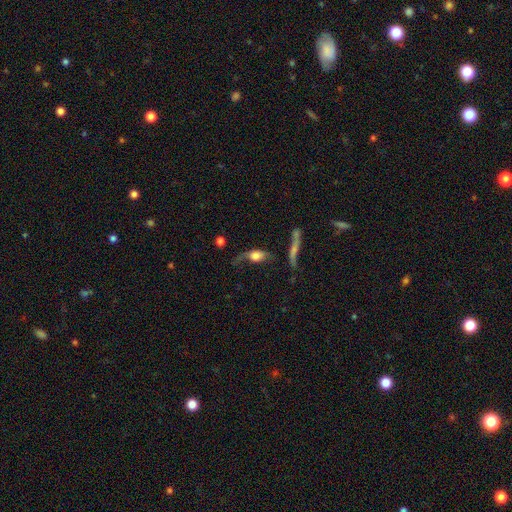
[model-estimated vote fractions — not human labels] Smooth or featured: smooth — 49% (featured or disk — 41%)
Merging: major disturbance — 42% (none — 26%)